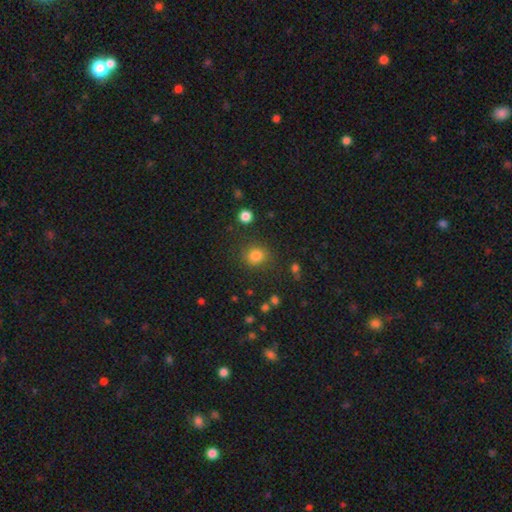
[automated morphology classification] Smooth or featured? Predicted: smooth (p=0.82). How rounded? Predicted: round (p=0.79). Merging? Predicted: none (p=0.83).